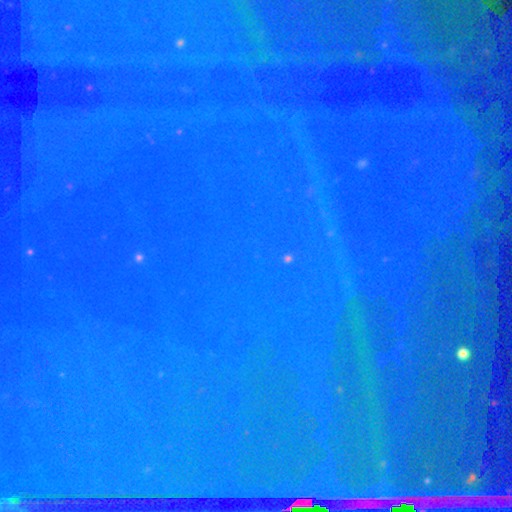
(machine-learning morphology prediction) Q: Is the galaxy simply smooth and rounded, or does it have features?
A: star or artifact — 81%.